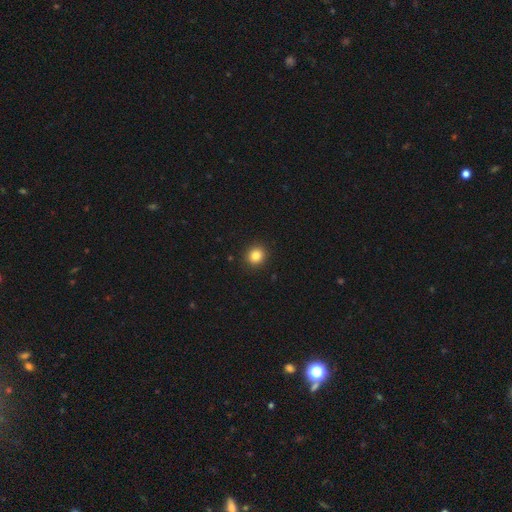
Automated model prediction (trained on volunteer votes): Overall: smooth (84%). How rounded: round (89%). Merging: none (92%).